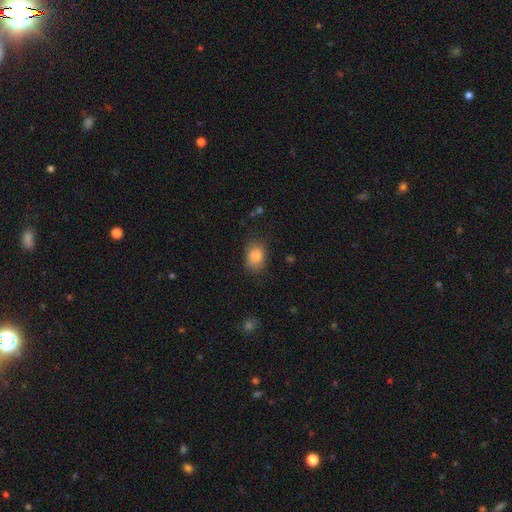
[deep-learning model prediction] This appears to be a smooth galaxy with no disk features (84%) that is in between round and cigar-shaped (68%). Merging: none (79%).